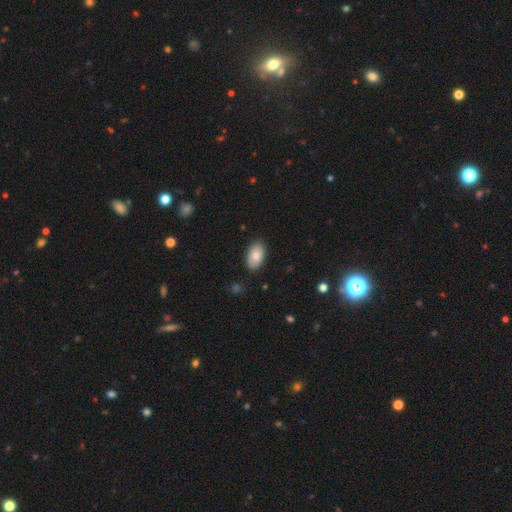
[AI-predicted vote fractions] Smooth or featured? Predicted: smooth (p=0.83). How rounded? Predicted: in between (p=0.94). Merging? Predicted: none (p=0.87).